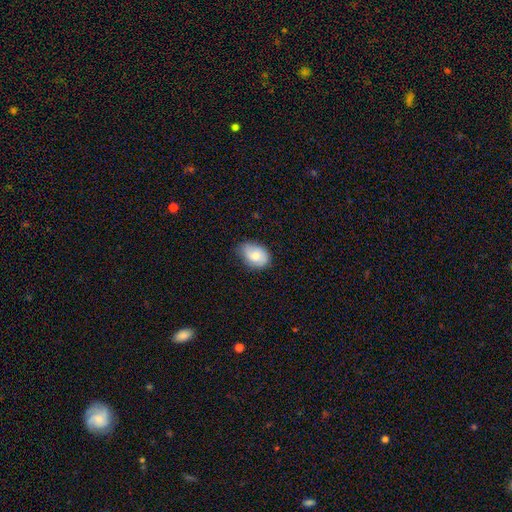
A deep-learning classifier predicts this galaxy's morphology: A smooth galaxy with no disk features (77%) that is in between round and cigar-shaped (81%).

Vote fractions:
- Smooth or featured? smooth: 77% / featured or disk: 16% / star or artifact: 7%
- How rounded? in between: 81% / round: 18% / cigar-shaped: 1%
- Merging? none: 66% / minor disturbance: 29% / major disturbance: 5% / merger: 1%